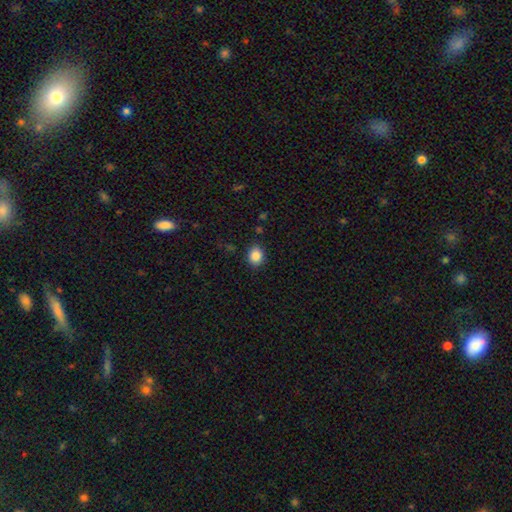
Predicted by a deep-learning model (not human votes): Q: Smooth or featured?
A: smooth (87%); runner-up: star or artifact (9%)
Q: How rounded?
A: round (59%); runner-up: in between (40%)
Q: Merging?
A: none (88%); runner-up: minor disturbance (8%)